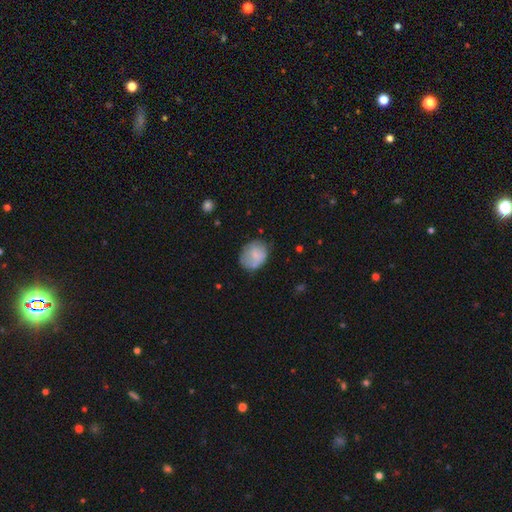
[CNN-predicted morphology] Smooth or featured? smooth (71%)
How rounded? in between (51%)
Merging? none (58%)